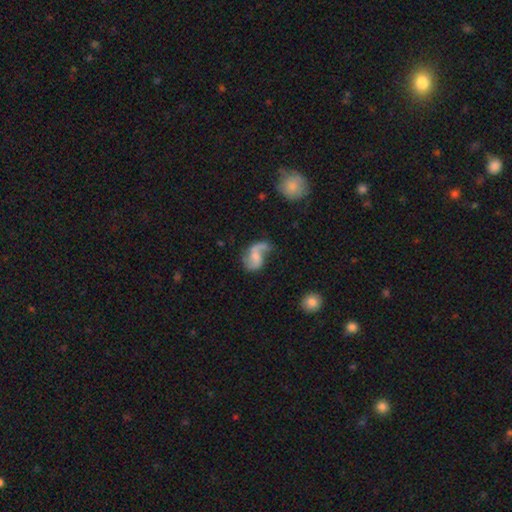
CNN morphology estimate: featured or disk 72%, smooth 21%, star or artifact 7%. Down the decision tree: edge-on disk — no (98%); bar — no (48%); spiral arms — yes (91%); spiral arm count — 2 (72%); spiral winding — loose (73%); bulge size — small (40%); merging — none (42%).